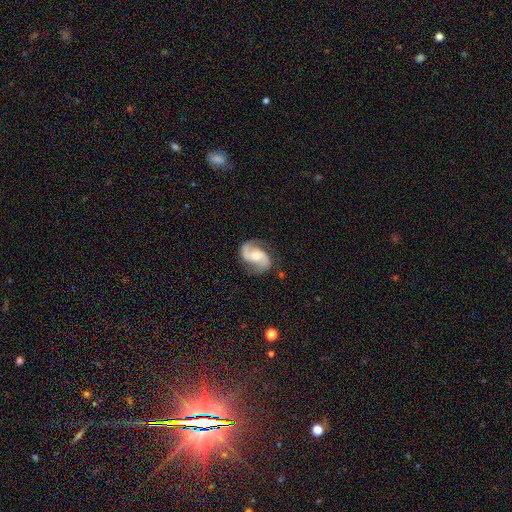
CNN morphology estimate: Q: Smooth or featured?
A: featured or disk (86%); runner-up: smooth (9%)
Q: Edge-on disk?
A: no (98%); runner-up: yes (2%)
Q: Bar?
A: no (52%); runner-up: weak (36%)
Q: Spiral arms?
A: yes (97%); runner-up: no (3%)
Q: Spiral winding?
A: medium (49%); runner-up: loose (33%)
Q: Spiral arm count?
A: 2 (92%); runner-up: can't tell (3%)
Q: Bulge size?
A: moderate (60%); runner-up: small (29%)
Q: Merging?
A: none (75%); runner-up: minor disturbance (17%)